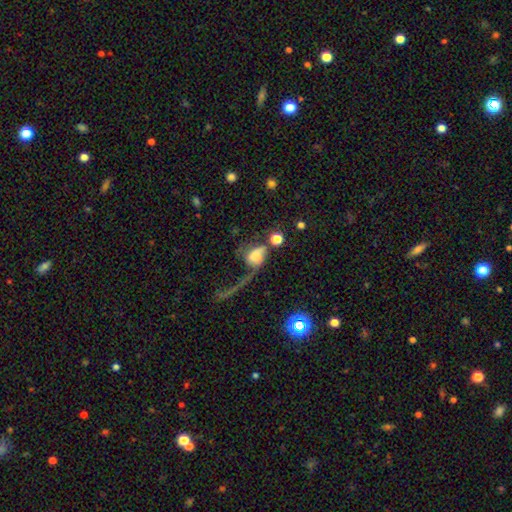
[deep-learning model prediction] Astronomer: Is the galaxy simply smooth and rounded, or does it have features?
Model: smooth — 48% (runner-up: featured or disk, 40%).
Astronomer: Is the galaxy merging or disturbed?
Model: major disturbance — 51%.